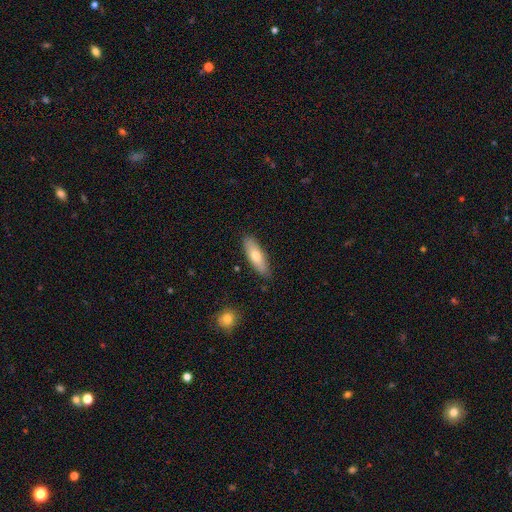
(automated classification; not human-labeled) Morphology: type=smooth (69%); roundness=in between (58%); merging=none (85%).